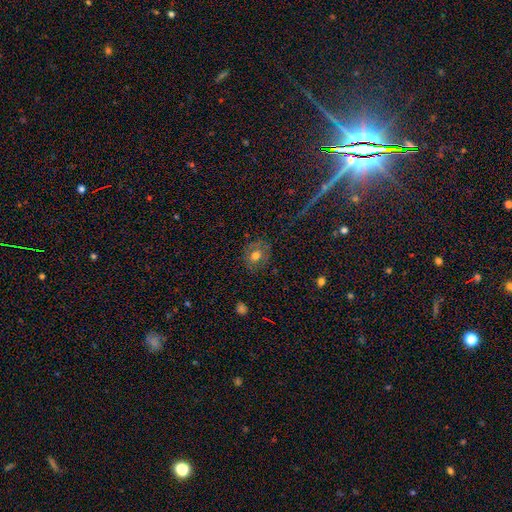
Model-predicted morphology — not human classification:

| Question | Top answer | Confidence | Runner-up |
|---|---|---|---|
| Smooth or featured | smooth | 64% | featured or disk (23%) |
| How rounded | round | 66% | in between (33%) |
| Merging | none | 78% | minor disturbance (15%) |